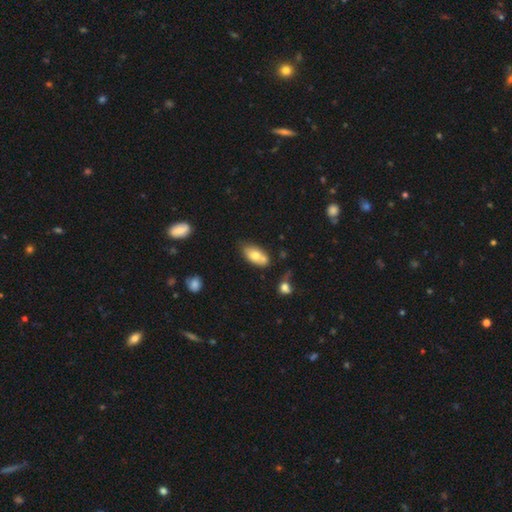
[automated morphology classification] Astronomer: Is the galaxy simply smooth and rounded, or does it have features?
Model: smooth — 70%.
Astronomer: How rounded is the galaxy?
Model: in between — 91%.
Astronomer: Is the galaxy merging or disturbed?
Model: none — 52%.